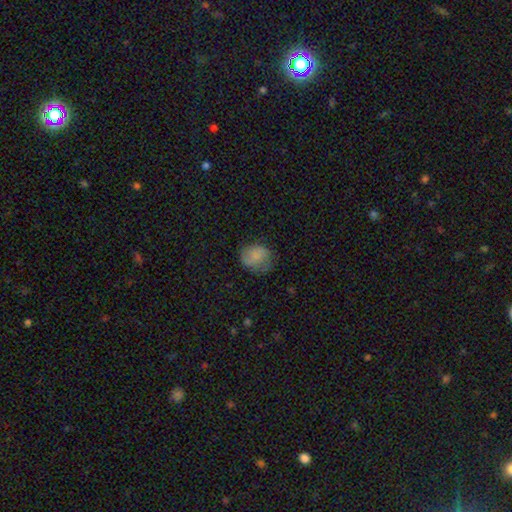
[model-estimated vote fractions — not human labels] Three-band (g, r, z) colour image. It shows a smooth galaxy with no disk features (75%) that is round (67%). Merging: none (61%).